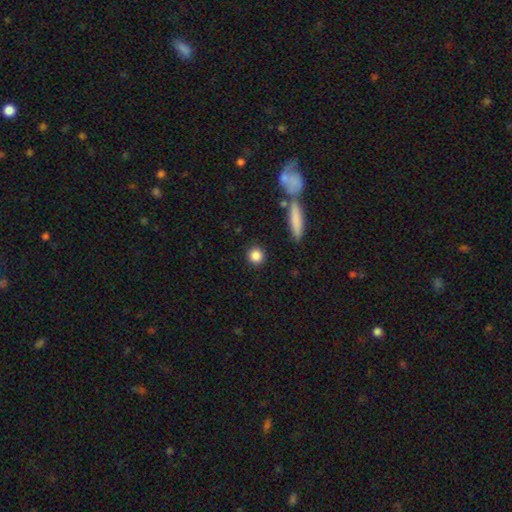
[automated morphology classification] Smooth or featured? smooth (86%)
How rounded? round (88%)
Merging? none (89%)